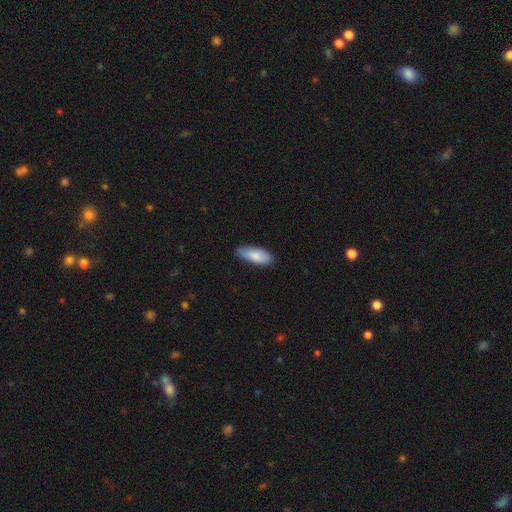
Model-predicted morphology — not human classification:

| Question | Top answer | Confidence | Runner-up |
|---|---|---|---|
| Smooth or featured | smooth | 82% | featured or disk (13%) |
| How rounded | in between | 73% | cigar-shaped (25%) |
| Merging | none | 81% | minor disturbance (16%) |